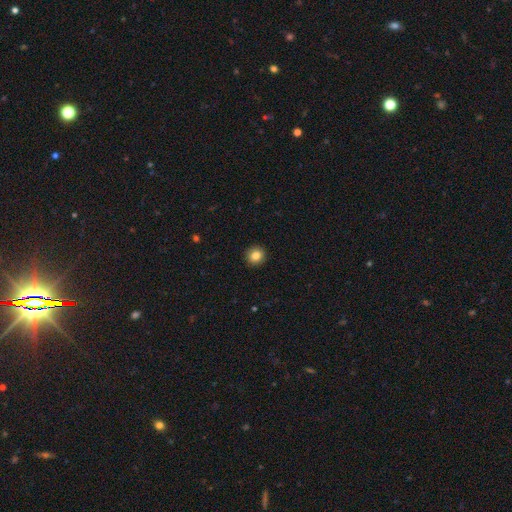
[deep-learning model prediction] The model was most divided on "smooth or featured": smooth: 84%, star or artifact: 10%, featured or disk: 6%. More confident: merging — none (93%); how rounded — round (91%).